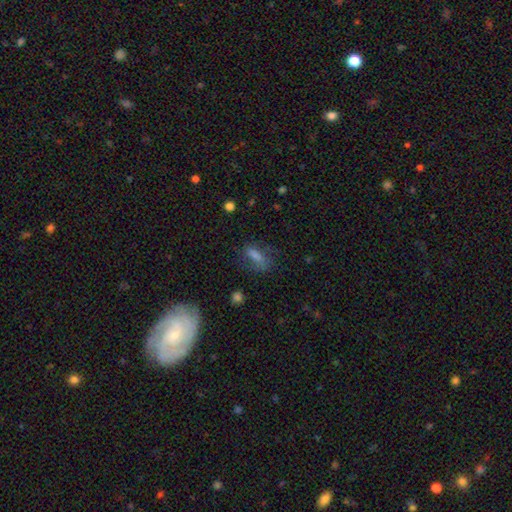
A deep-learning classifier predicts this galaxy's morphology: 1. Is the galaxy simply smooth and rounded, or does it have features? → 53% smooth, 30% featured or disk, 17% star or artifact.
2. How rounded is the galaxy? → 66% in between, 23% cigar-shaped, 11% round.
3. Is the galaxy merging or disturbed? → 61% none, 21% minor disturbance, 14% major disturbance, 4% merger.